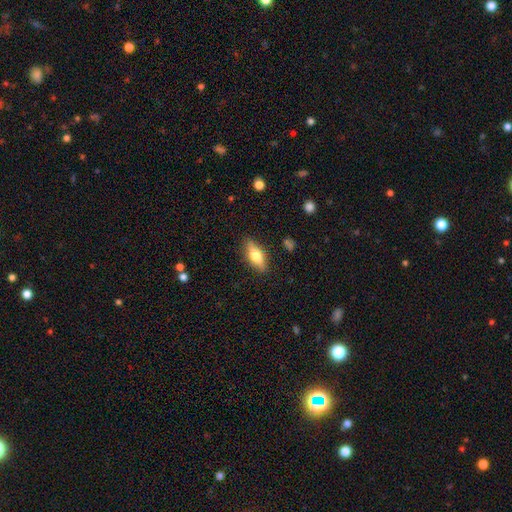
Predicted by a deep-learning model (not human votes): smooth 61%, featured or disk 32%, star or artifact 7%. Down the decision tree: how rounded — in between (70%); merging — none (85%).